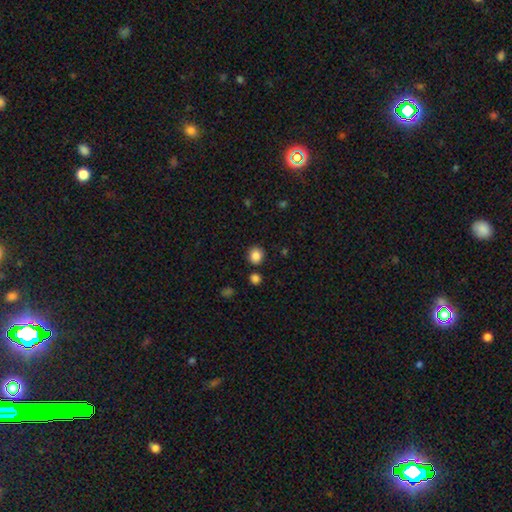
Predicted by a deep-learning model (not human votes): Smooth or featured: smooth — 85% (star or artifact — 10%)
How rounded: round — 86% (in between — 13%)
Merging: none — 85% (minor disturbance — 8%)